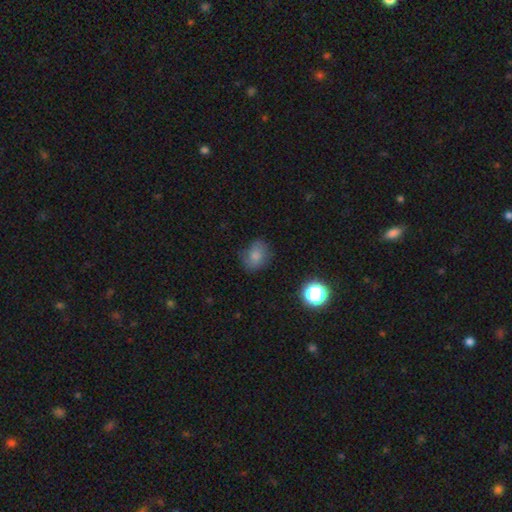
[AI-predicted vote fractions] smooth 79%, star or artifact 12%, featured or disk 9%. Down the decision tree: how rounded — in between (60%); merging — none (73%).